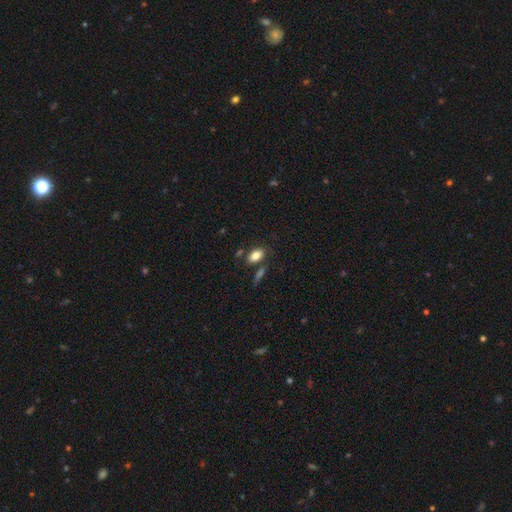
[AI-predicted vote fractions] Morphology: type=smooth (84%); roundness=in between (89%); merging=none (73%).